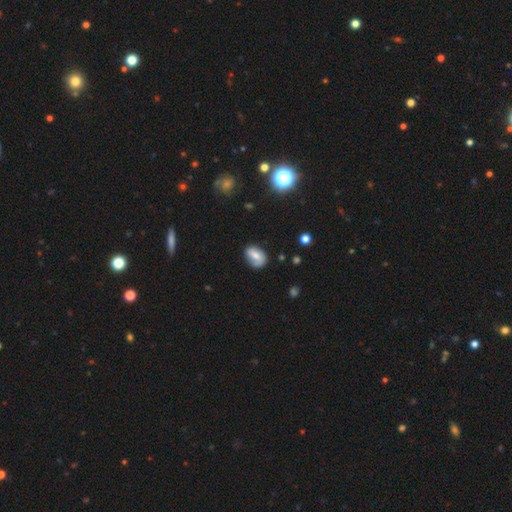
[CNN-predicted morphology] A smooth galaxy with no disk features (47%).

Vote fractions:
- Smooth or featured? smooth: 47% / featured or disk: 44% / star or artifact: 9%
- Merging? none: 61% / minor disturbance: 26% / major disturbance: 10% / merger: 3%